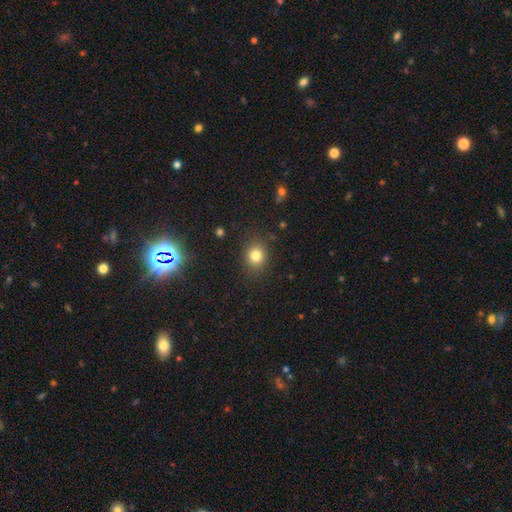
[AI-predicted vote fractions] smooth 80%, star or artifact 13%, featured or disk 7%. Down the decision tree: how rounded — round (69%); merging — none (86%).